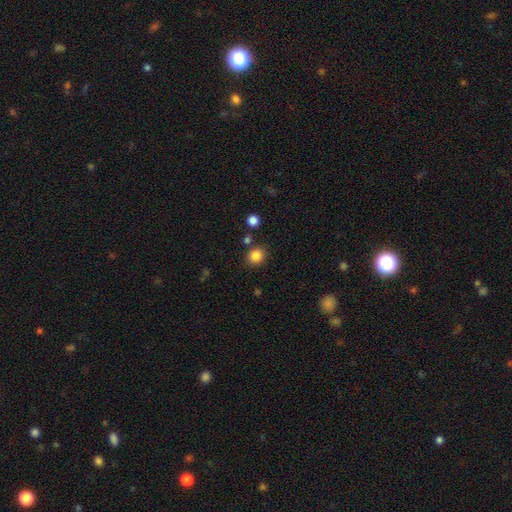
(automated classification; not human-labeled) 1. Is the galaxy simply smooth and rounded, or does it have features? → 85% smooth, 11% star or artifact, 4% featured or disk.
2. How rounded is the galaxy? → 84% round, 15% in between, 1% cigar-shaped.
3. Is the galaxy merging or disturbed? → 82% none, 9% minor disturbance, 6% merger, 3% major disturbance.